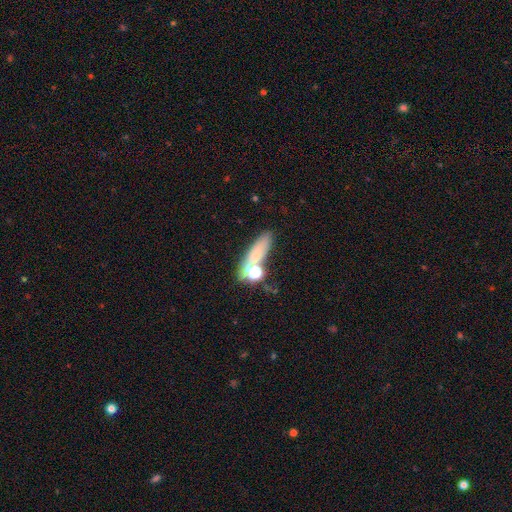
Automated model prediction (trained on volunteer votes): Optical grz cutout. It shows a smooth galaxy with no disk features (61%) that is cigar-shaped (44%). Merging: none (58%).